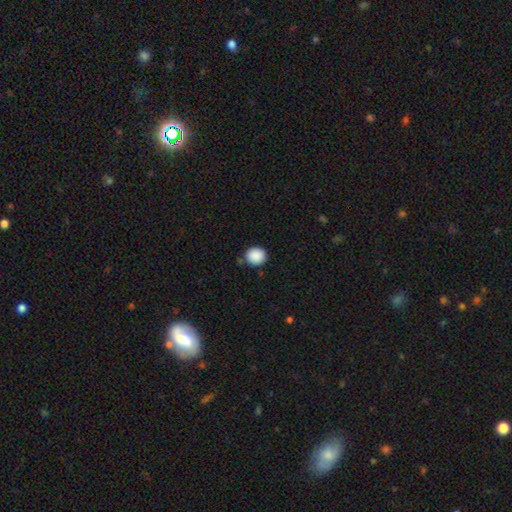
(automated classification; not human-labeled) smooth-or-featured: smooth: 89% | star or artifact: 8% | featured or disk: 2%
  how-rounded: round: 82% | in between: 17% | cigar-shaped: 1%
  merging: none: 85% | minor disturbance: 10% | major disturbance: 3% | merger: 2%